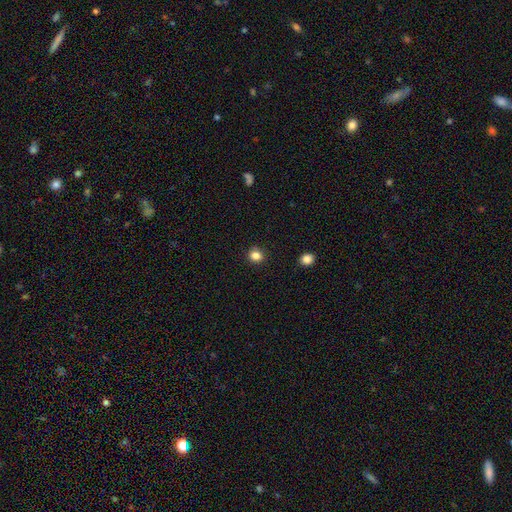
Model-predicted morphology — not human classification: This is clearly a smooth galaxy (84%). How rounded: likely round (77%). Merging: clearly none (90%).